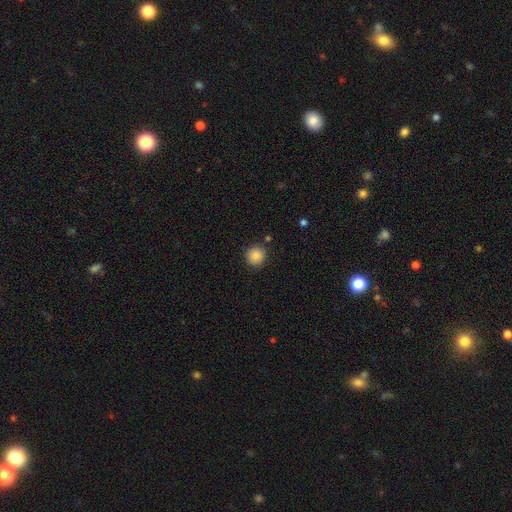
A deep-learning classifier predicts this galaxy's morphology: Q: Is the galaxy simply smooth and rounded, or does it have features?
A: smooth — 87%.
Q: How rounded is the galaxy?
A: round — 92%.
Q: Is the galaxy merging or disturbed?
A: none — 87%.